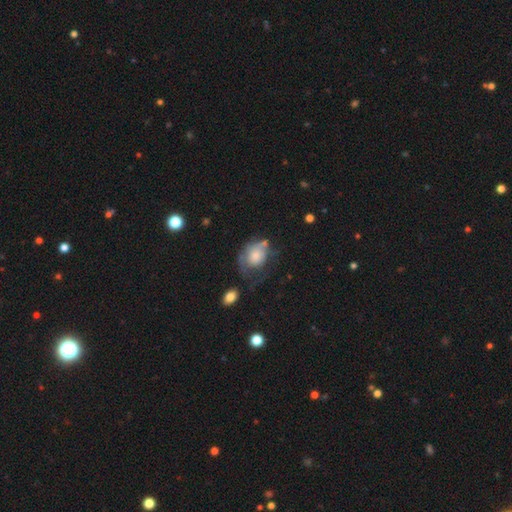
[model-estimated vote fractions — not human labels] smooth_or_featured: smooth (p=0.56) [alt: featured or disk p=0.35]
how_rounded: in between (p=0.54) [alt: round p=0.45]
merging: major disturbance (p=0.35) [alt: none p=0.30]